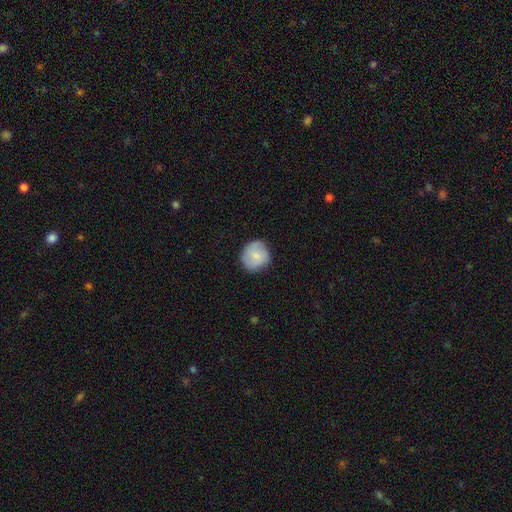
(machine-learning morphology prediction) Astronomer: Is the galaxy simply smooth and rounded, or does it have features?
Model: smooth — 74%.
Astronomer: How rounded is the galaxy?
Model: round — 89%.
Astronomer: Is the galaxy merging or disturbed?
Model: none — 81%.